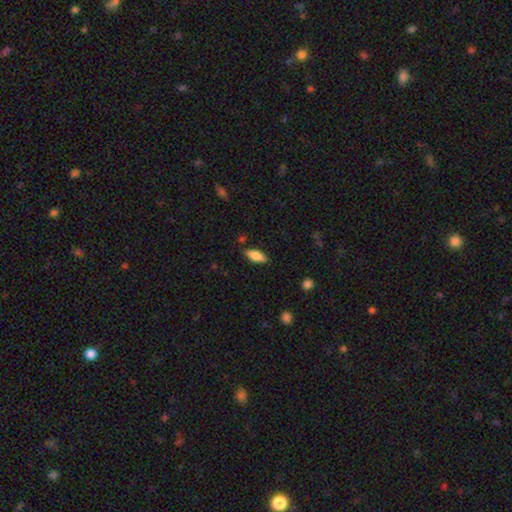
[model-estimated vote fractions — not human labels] Q: Smooth or featured?
A: smooth (76%); runner-up: featured or disk (17%)
Q: How rounded?
A: in between (77%); runner-up: cigar-shaped (21%)
Q: Merging?
A: none (84%); runner-up: minor disturbance (12%)